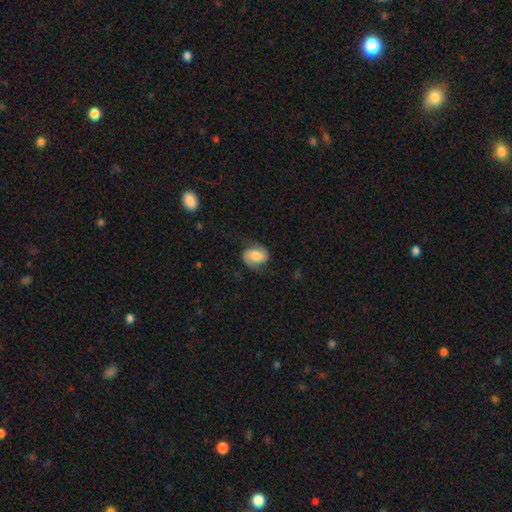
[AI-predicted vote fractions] Smooth or featured?
  - featured or disk: 57% *
  - smooth: 36%
  - star or artifact: 7%
Edge-on disk?
  - no: 97% *
  - yes: 3%
Bar?
  - no: 45% *
  - weak: 38%
  - strong: 17%
Spiral arms?
  - yes: 91% *
  - no: 9%
Spiral winding?
  - medium: 44% *
  - loose: 34%
  - tight: 22%
Spiral arm count?
  - 2: 86% *
  - 1: 6%
  - can't tell: 5%
  - 3: 1%
  - 4: 1%
  - more than 4: 1%
Bulge size?
  - moderate: 47% *
  - large: 24%
  - small: 18%
  - none: 6%
  - dominant: 4%
Merging?
  - none: 66% *
  - minor disturbance: 21%
  - major disturbance: 12%
  - merger: 1%